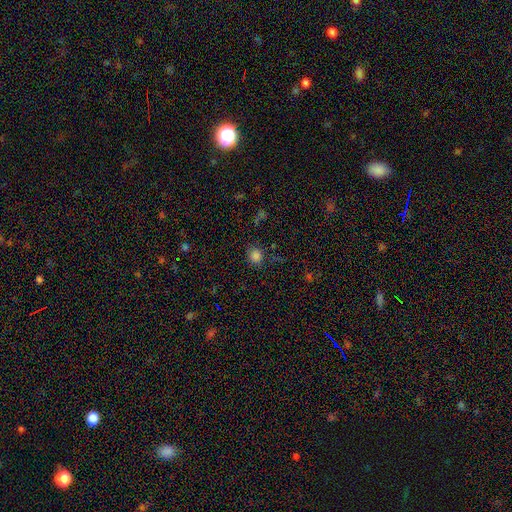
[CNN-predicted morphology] smooth 80%, star or artifact 16%, featured or disk 4%. Down the decision tree: how rounded — round (77%); merging — none (79%).